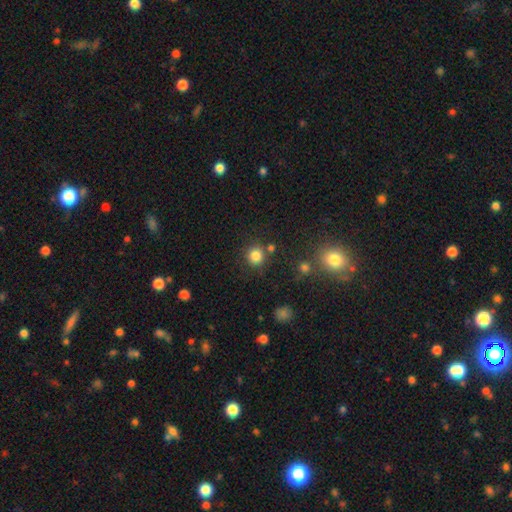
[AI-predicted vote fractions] Smooth or featured? smooth (82%)
How rounded? round (90%)
Merging? none (78%)